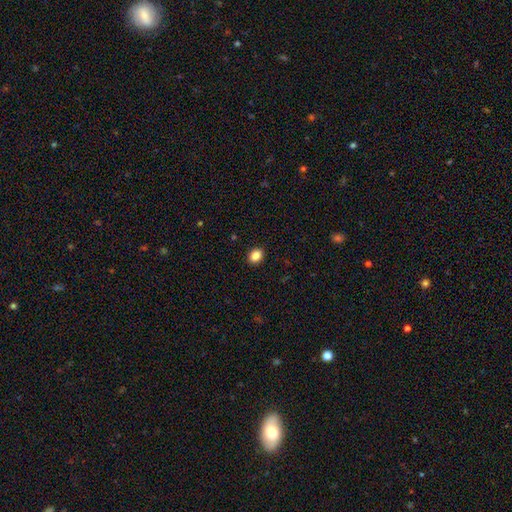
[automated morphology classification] Overall: smooth (87%). How rounded: in between (56%; round 43%). Merging: none (91%).